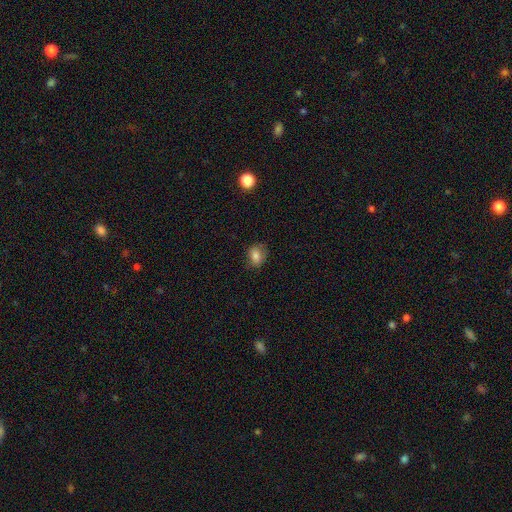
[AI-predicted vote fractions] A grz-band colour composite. It shows a smooth galaxy with no disk features (81%) that is in between round and cigar-shaped (59%). Merging: none (74%).